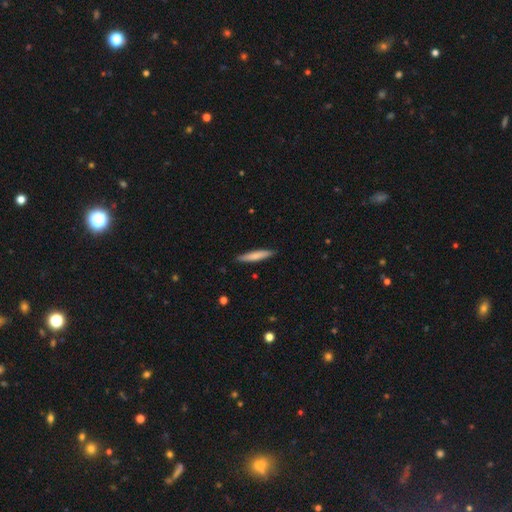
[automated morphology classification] Overall: smooth (73%). How rounded: cigar-shaped (91%). Merging: none (89%).